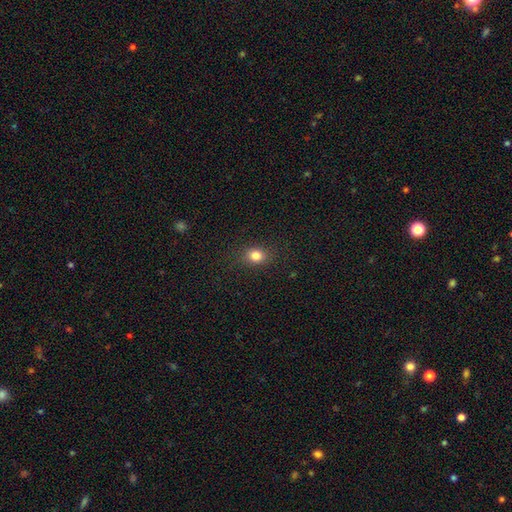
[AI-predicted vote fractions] Smooth or featured?
  - smooth: 82% *
  - star or artifact: 12%
  - featured or disk: 6%
How rounded?
  - round: 58% *
  - in between: 41%
  - cigar-shaped: 1%
Merging?
  - none: 86% *
  - minor disturbance: 10%
  - major disturbance: 3%
  - merger: 1%